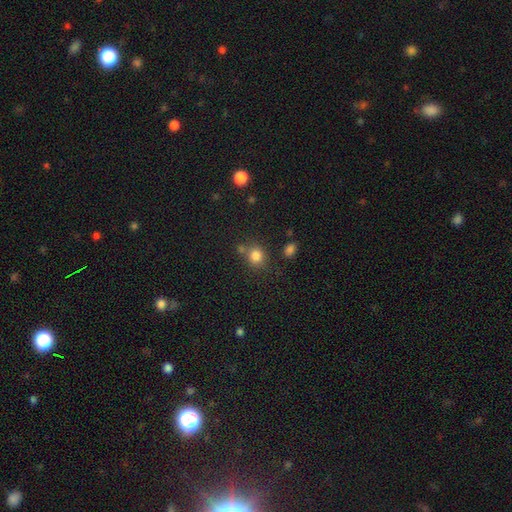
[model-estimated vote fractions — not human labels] Smooth or featured: smooth — 82% (star or artifact — 13%)
How rounded: round — 77% (in between — 22%)
Merging: none — 65% (merger — 18%)